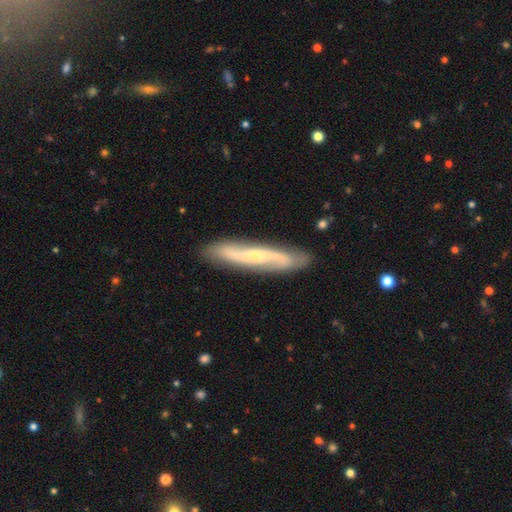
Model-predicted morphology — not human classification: smooth-or-featured: featured or disk: 74% | smooth: 20% | star or artifact: 5%
  disk-edge-on: no: 61% | yes: 39%
  merging: none: 85% | minor disturbance: 11% | major disturbance: 2% | merger: 2%